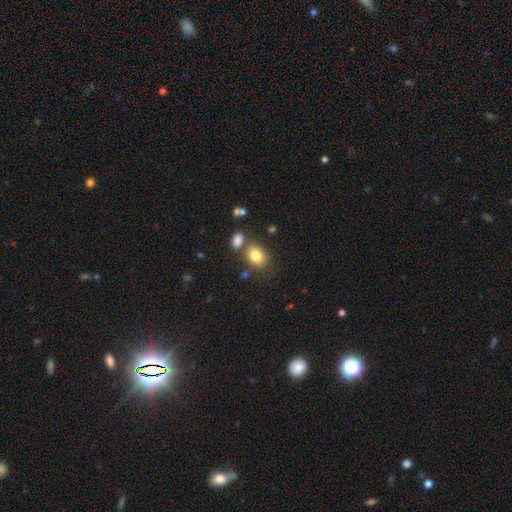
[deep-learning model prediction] smooth-or-featured: smooth: 82% | star or artifact: 10% | featured or disk: 9%
  how-rounded: in between: 65% | round: 34% | cigar-shaped: 1%
  merging: none: 67% | merger: 16% | minor disturbance: 13% | major disturbance: 4%